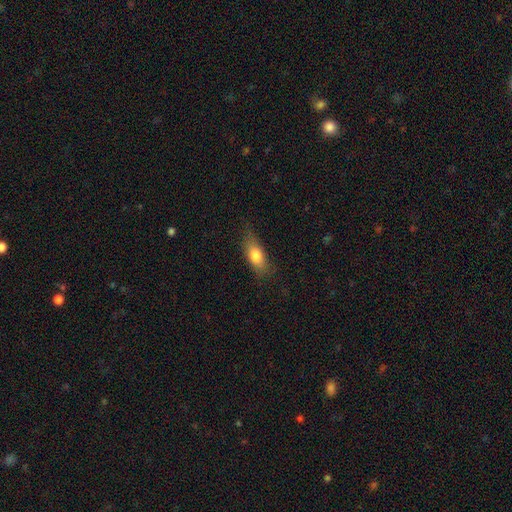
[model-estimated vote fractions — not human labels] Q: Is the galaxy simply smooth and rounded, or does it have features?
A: smooth — 78%.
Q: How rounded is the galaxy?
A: in between — 76%.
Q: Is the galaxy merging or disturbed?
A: none — 70%.